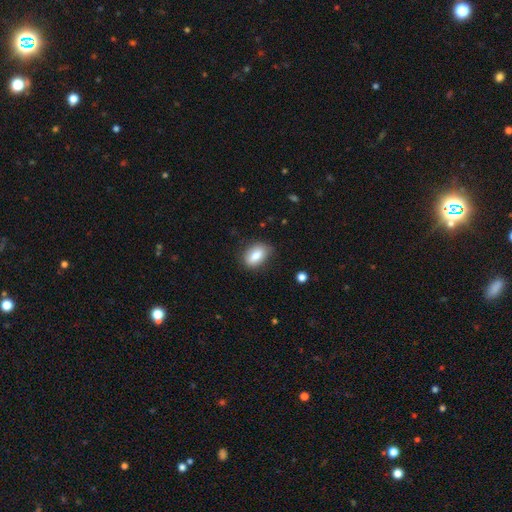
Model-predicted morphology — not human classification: smooth 81%, featured or disk 12%, star or artifact 8%. Down the decision tree: how rounded — in between (87%); merging — none (75%).